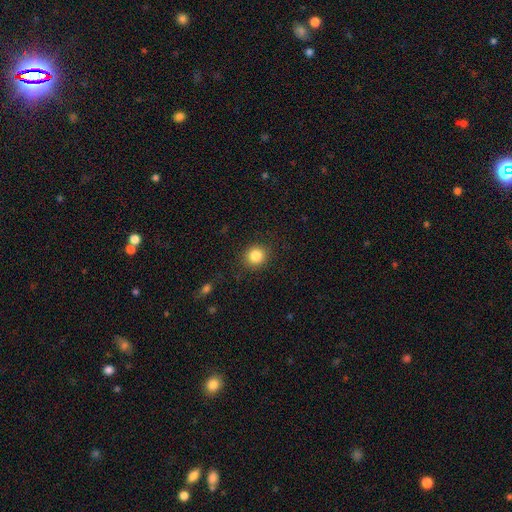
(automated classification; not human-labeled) smooth-or-featured: smooth: 85% | star or artifact: 10% | featured or disk: 5%
  how-rounded: round: 86% | in between: 13% | cigar-shaped: 1%
  merging: none: 88% | minor disturbance: 8% | major disturbance: 3% | merger: 1%